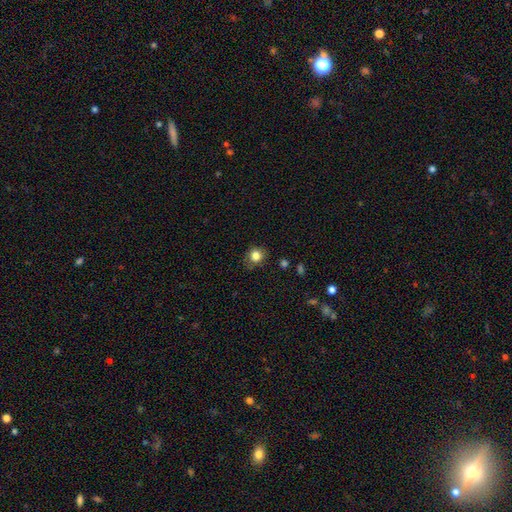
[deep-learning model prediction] The model was most divided on "merging": none: 78%, minor disturbance: 17%, major disturbance: 4%, merger: 2%. More confident: smooth or featured — smooth (83%); how rounded — round (80%).